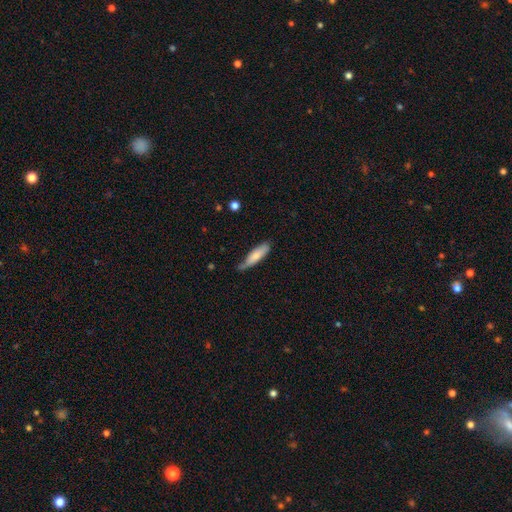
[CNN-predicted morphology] A smooth galaxy with no disk features (74%) that is cigar-shaped (62%). Merging: none (53%).